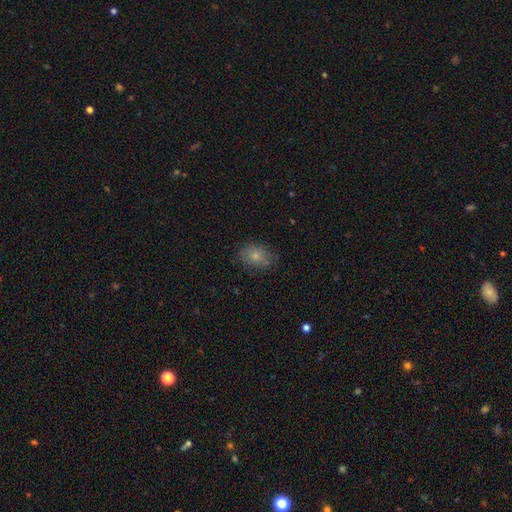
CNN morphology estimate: smooth 78%, featured or disk 12%, star or artifact 10%. Down the decision tree: how rounded — in between (65%); merging — none (73%).